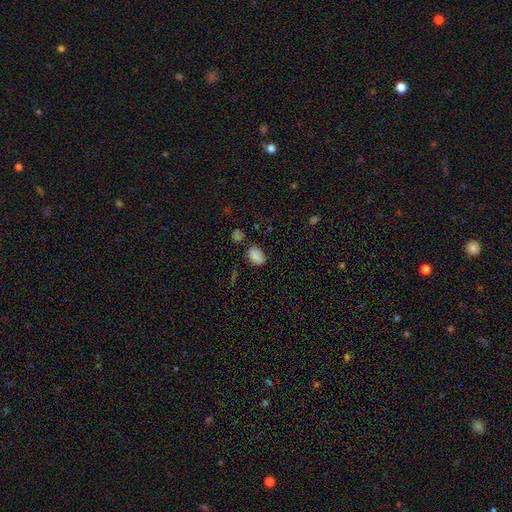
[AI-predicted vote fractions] The model was most divided on "merging": none: 73%, minor disturbance: 18%, merger: 5%, major disturbance: 4%. More confident: how rounded — in between (87%); smooth or featured — smooth (82%).